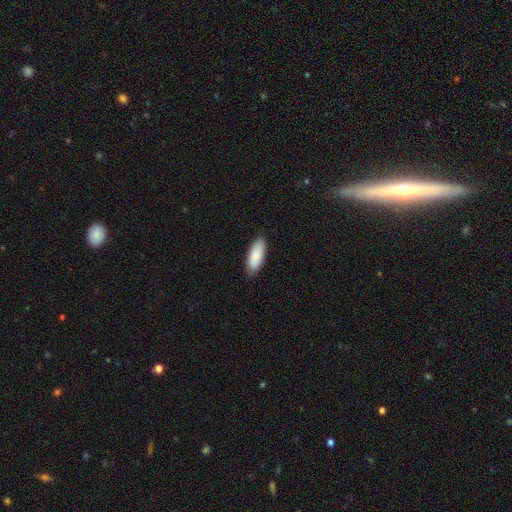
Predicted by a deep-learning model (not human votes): A smooth galaxy with no disk features (89%) that is in between round and cigar-shaped (73%).

Vote fractions:
- Smooth or featured? smooth: 89% / featured or disk: 6% / star or artifact: 5%
- How rounded? in between: 73% / cigar-shaped: 26% / round: 1%
- Merging? none: 87% / minor disturbance: 10% / major disturbance: 2% / merger: 1%